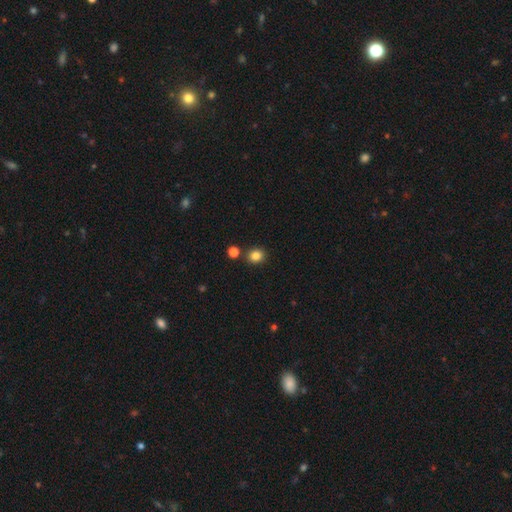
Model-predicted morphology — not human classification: Smooth or featured?
  - smooth: 84% *
  - star or artifact: 12%
  - featured or disk: 4%
How rounded?
  - round: 73% *
  - in between: 26%
  - cigar-shaped: 1%
Merging?
  - none: 83% *
  - minor disturbance: 8%
  - merger: 7%
  - major disturbance: 2%